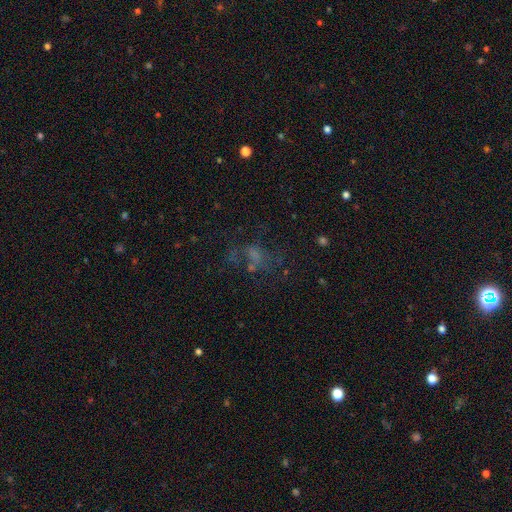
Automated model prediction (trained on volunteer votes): Morphology: type=smooth (36%); merging=none (42%).